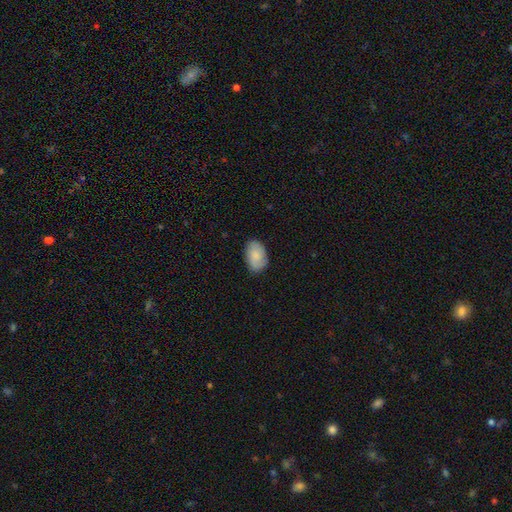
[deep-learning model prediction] Smooth or featured? Predicted: smooth (p=0.73). How rounded? Predicted: in between (p=0.90). Merging? Predicted: none (p=0.81).